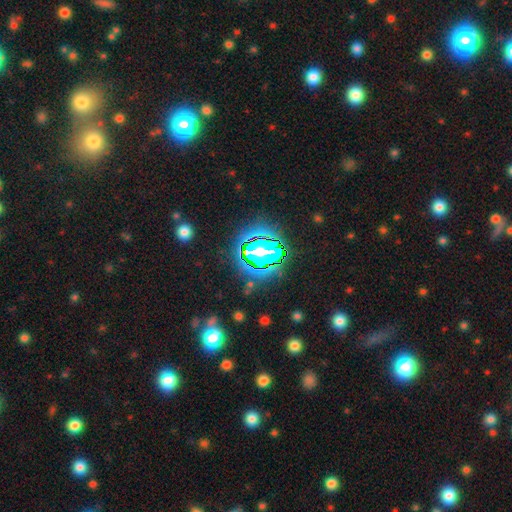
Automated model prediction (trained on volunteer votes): This appears to be a star or artifact, not a galaxy (76%).